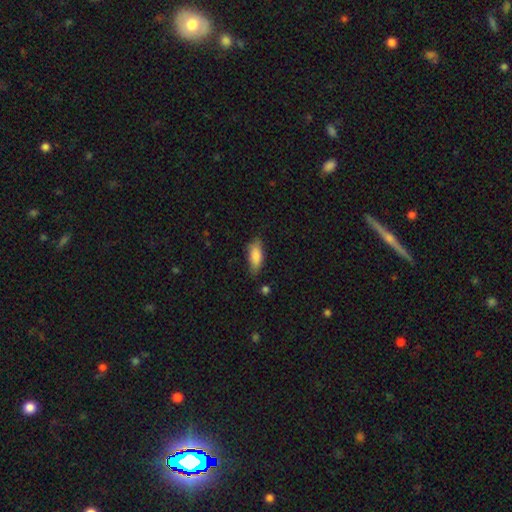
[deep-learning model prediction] A smooth galaxy with no disk features (82%) that is in between round and cigar-shaped (77%). Merging: none (72%).